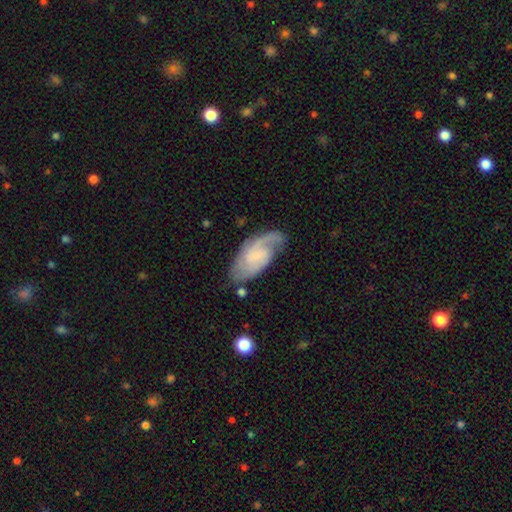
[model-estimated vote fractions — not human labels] Overall: featured or disk (78%). Edge-on disk: no (96%). Bar: no (52%; weak 40%). Spiral arms: yes (96%). Spiral arm count: 2 (68%). Spiral winding: medium (47%; tight 34%). Bulge size: small (46%; none 36%). Merging: none (69%).